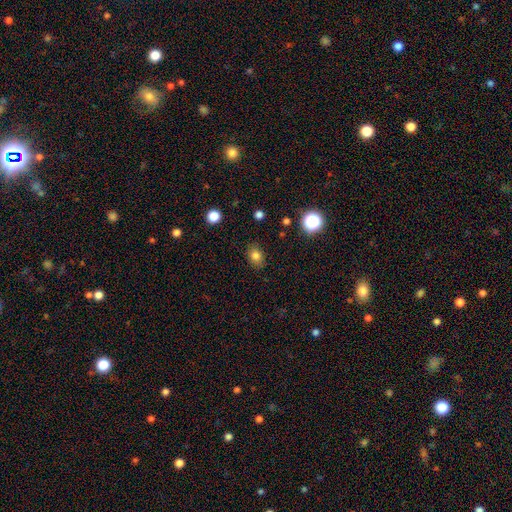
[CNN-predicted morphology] Smooth or featured? Predicted: smooth (p=0.79). How rounded? Predicted: in between (p=0.60). Merging? Predicted: none (p=0.86).